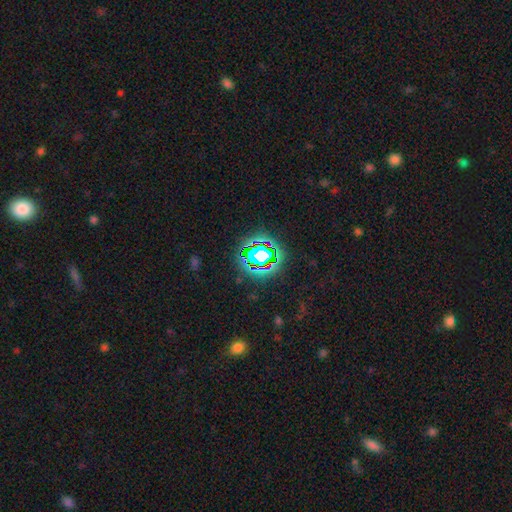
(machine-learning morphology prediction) Overall: star or artifact (76%).